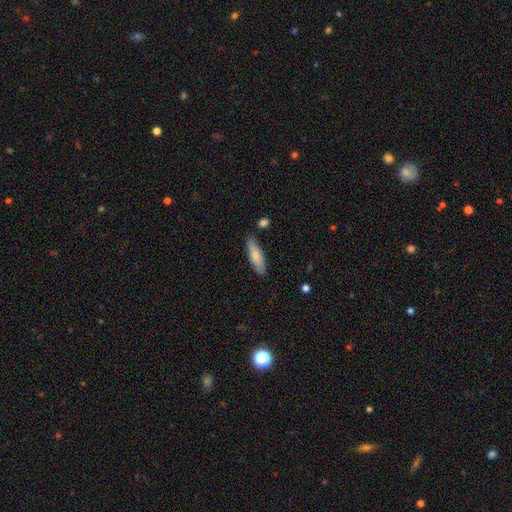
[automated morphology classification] smooth_or_featured: smooth (p=0.76) [alt: featured or disk p=0.18]
how_rounded: in between (p=0.49) [tied with: cigar-shaped p=0.49]
merging: none (p=0.79) [alt: minor disturbance p=0.15]